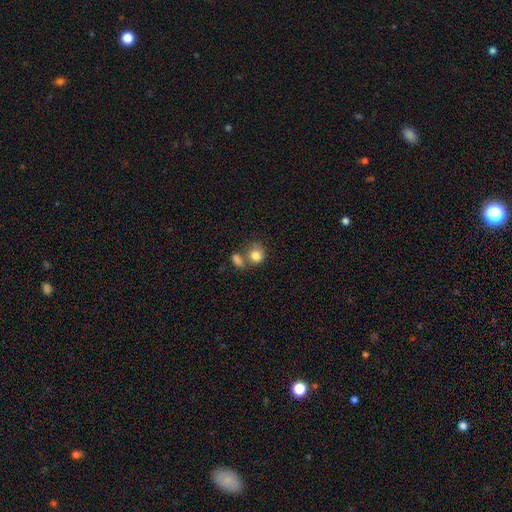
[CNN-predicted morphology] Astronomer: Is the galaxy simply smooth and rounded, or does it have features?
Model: smooth — 82%.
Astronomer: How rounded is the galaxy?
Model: round — 67%.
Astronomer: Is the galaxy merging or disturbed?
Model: none — 42% (runner-up: merger, 39%).